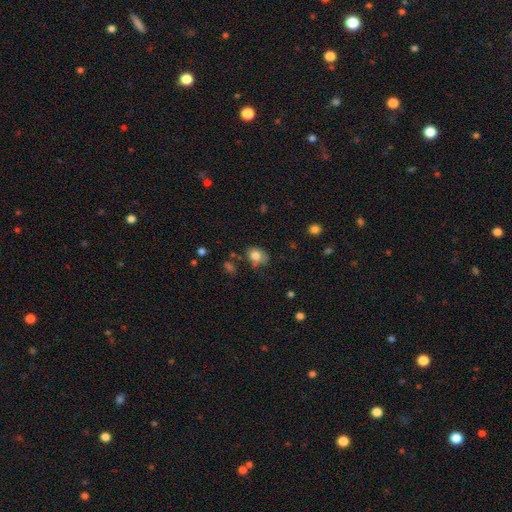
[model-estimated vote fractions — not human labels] Smooth or featured?
  - smooth: 80% *
  - featured or disk: 10%
  - star or artifact: 10%
How rounded?
  - in between: 56% *
  - round: 43%
  - cigar-shaped: 1%
Merging?
  - none: 58% *
  - minor disturbance: 28%
  - major disturbance: 9%
  - merger: 5%